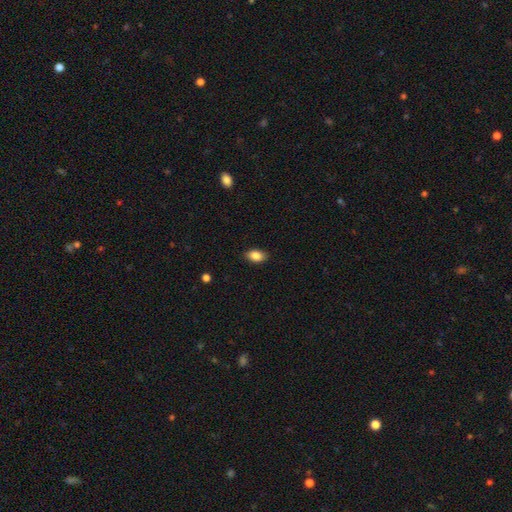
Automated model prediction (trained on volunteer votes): This is clearly a smooth galaxy (86%). How rounded: clearly in between (90%). Merging: clearly none (87%).